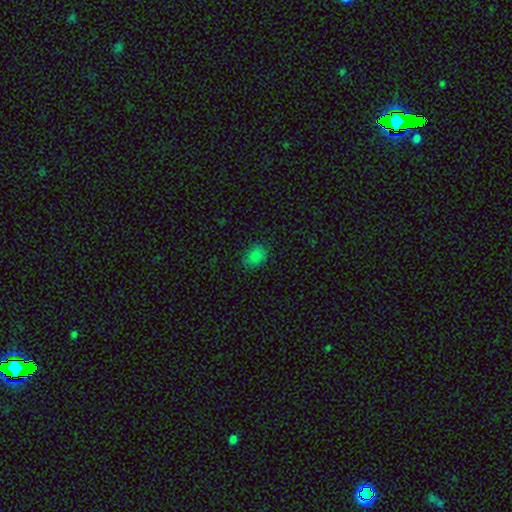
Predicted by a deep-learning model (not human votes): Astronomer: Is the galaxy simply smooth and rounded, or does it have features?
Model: smooth — 81%.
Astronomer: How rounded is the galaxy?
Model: in between — 64%.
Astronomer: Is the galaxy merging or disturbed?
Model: none — 80%.